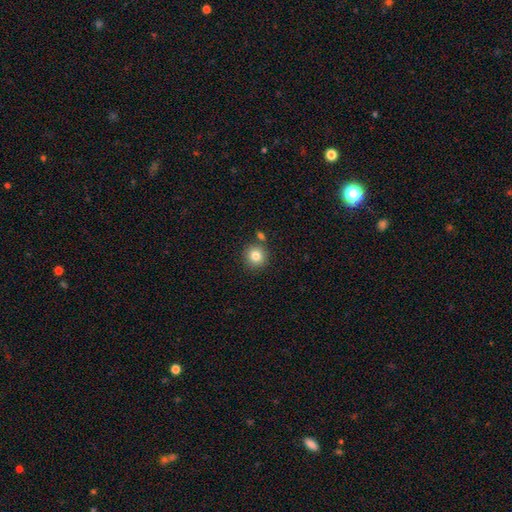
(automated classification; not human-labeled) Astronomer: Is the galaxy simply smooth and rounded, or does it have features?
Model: smooth — 82%.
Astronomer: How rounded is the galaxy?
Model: round — 93%.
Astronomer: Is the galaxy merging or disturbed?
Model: none — 81%.